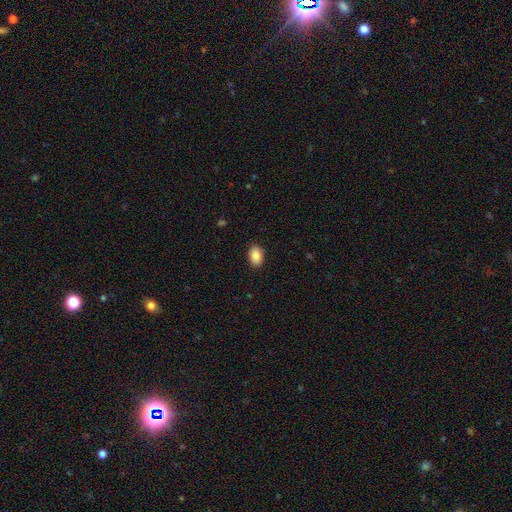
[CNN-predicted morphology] Smooth or featured? Predicted: smooth (p=0.88). How rounded? Predicted: in between (p=0.88). Merging? Predicted: none (p=0.89).